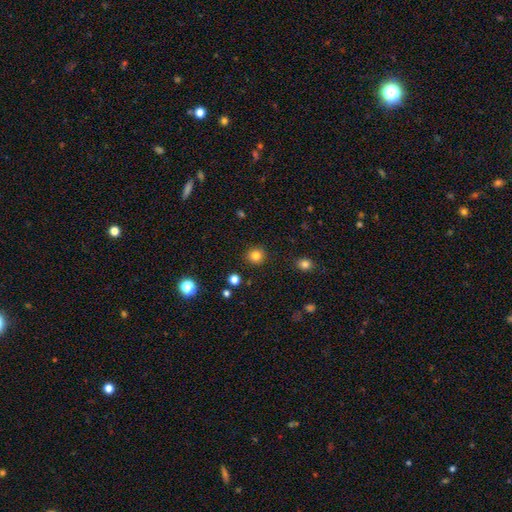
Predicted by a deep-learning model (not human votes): Smooth or featured? Predicted: smooth (p=0.82). How rounded? Predicted: round (p=0.92). Merging? Predicted: none (p=0.91).